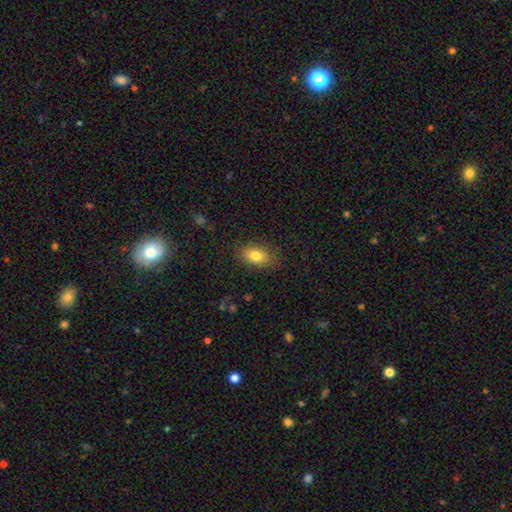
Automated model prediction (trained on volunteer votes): The model was most divided on "smooth or featured": smooth: 81%, featured or disk: 11%, star or artifact: 9%. More confident: how rounded — in between (86%); merging — none (85%).